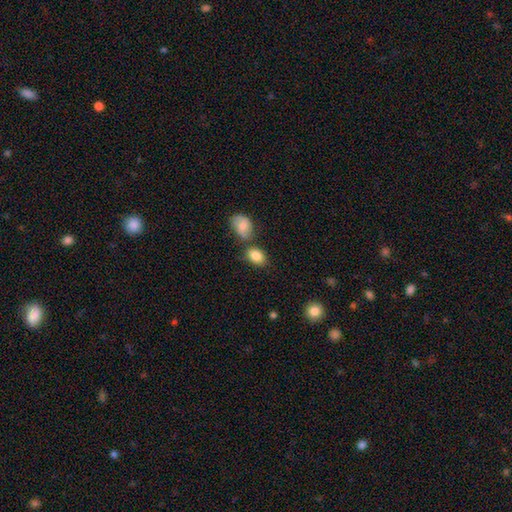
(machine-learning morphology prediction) This appears to be a smooth galaxy with no disk features (85%) that is in between round and cigar-shaped (80%). Merging: none (64%).